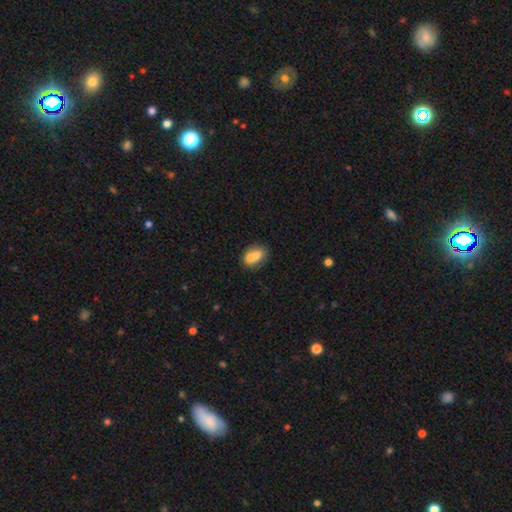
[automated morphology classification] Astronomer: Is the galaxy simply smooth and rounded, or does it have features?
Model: smooth — 76%.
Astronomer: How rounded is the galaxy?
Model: in between — 82%.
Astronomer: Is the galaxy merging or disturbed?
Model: none — 52%.